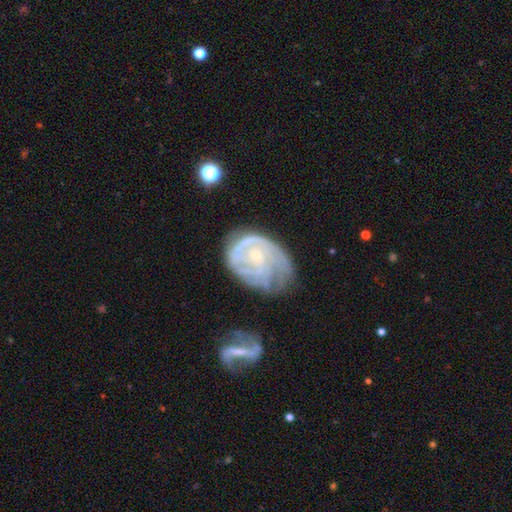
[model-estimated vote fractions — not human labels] smooth_or_featured: featured or disk (p=0.80) [alt: smooth p=0.13]
disk_edge_on: no (p=0.97) [alt: yes p=0.03]
bar: no (p=0.73) [alt: weak p=0.21]
has_spiral_arms: yes (p=0.90) [alt: no p=0.10]
spiral_winding: tight (p=0.62) [alt: medium p=0.28]
spiral_arm_count: can't tell (p=0.37) [alt: 2 p=0.22]
bulge_size: small (p=0.78) [alt: moderate p=0.18]
merging: none (p=0.43) [alt: minor disturbance p=0.29]